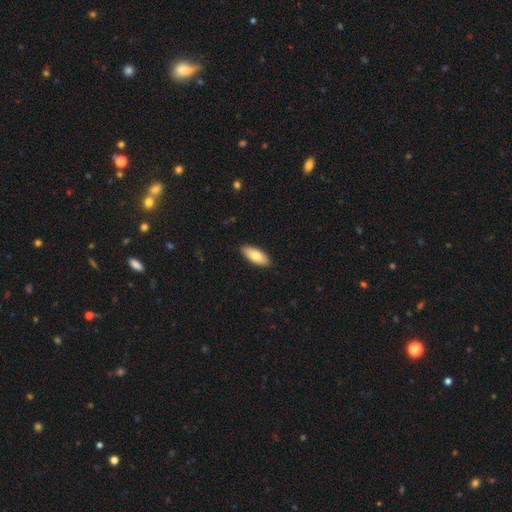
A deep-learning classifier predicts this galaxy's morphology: smooth_or_featured: smooth (p=0.81) [alt: featured or disk p=0.14]
how_rounded: in between (p=0.82) [alt: cigar-shaped p=0.16]
merging: none (p=0.90) [alt: minor disturbance p=0.08]